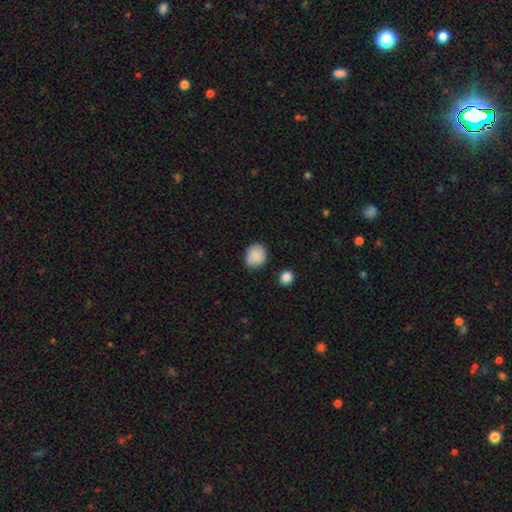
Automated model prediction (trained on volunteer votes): smooth_or_featured: smooth (p=0.85) [alt: star or artifact p=0.08]
how_rounded: round (p=0.66) [alt: in between p=0.33]
merging: none (p=0.72) [alt: minor disturbance p=0.21]